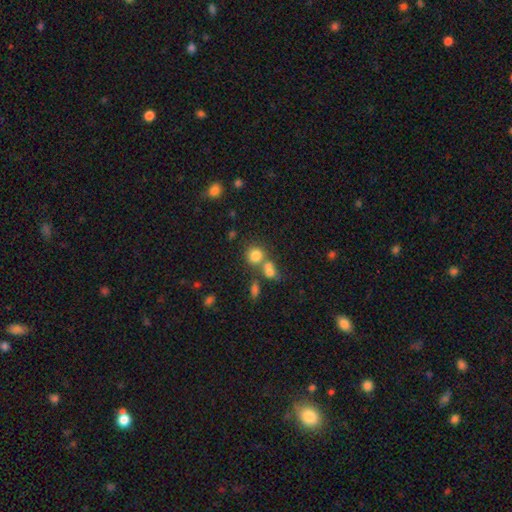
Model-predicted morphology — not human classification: Smooth or featured?
  - smooth: 78% *
  - star or artifact: 13%
  - featured or disk: 9%
How rounded?
  - round: 81% *
  - in between: 18%
  - cigar-shaped: 1%
Merging?
  - none: 52% *
  - merger: 33%
  - minor disturbance: 10%
  - major disturbance: 5%